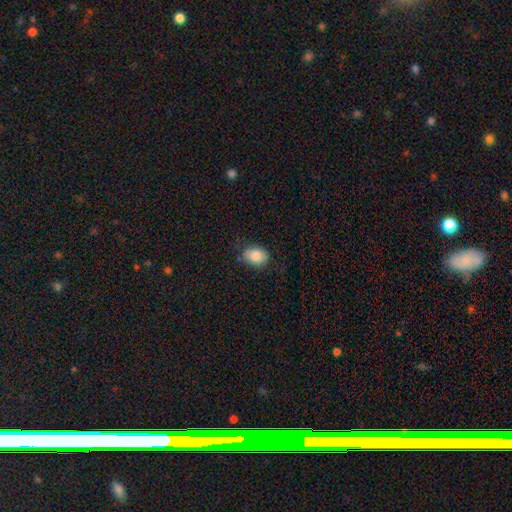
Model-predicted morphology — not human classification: type=smooth (85%); roundness=in between (73%); merging=none (76%).